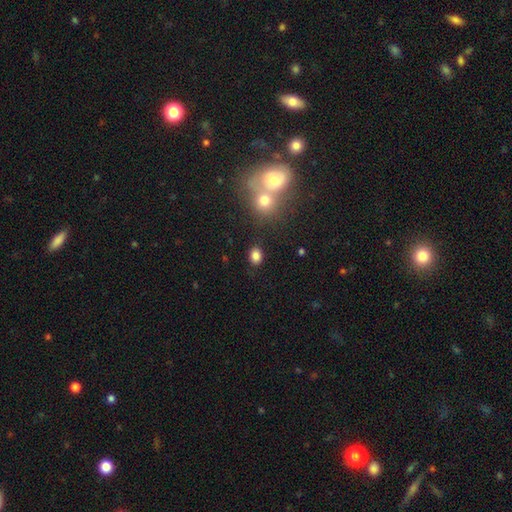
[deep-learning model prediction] Q: Smooth or featured?
A: smooth (83%); runner-up: star or artifact (11%)
Q: How rounded?
A: in between (61%); runner-up: round (38%)
Q: Merging?
A: none (83%); runner-up: minor disturbance (10%)